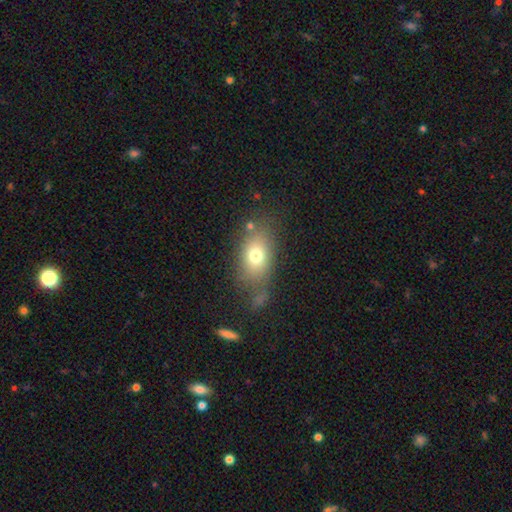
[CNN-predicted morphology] A smooth galaxy with no disk features (72%) that is in between round and cigar-shaped (76%). Merging: none (59%).